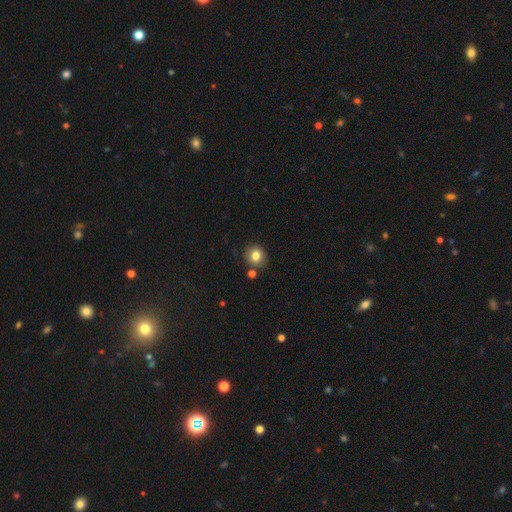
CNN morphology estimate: Smooth or featured?
  - smooth: 82% *
  - star or artifact: 11%
  - featured or disk: 7%
How rounded?
  - round: 85% *
  - in between: 15%
  - cigar-shaped: 1%
Merging?
  - none: 81% *
  - minor disturbance: 9%
  - merger: 7%
  - major disturbance: 2%